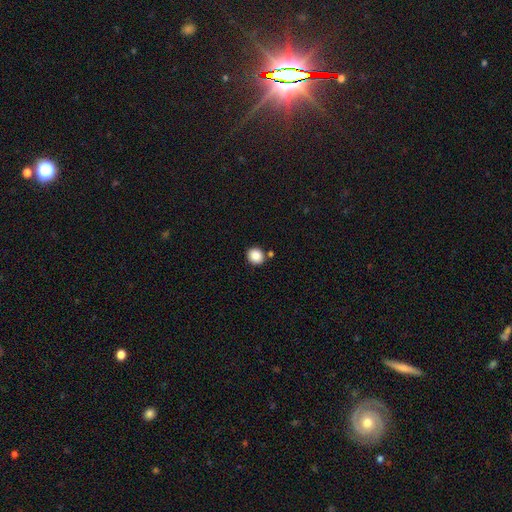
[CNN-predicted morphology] Smooth or featured: smooth — 87% (star or artifact — 9%)
How rounded: round — 79% (in between — 20%)
Merging: none — 83% (minor disturbance — 8%)